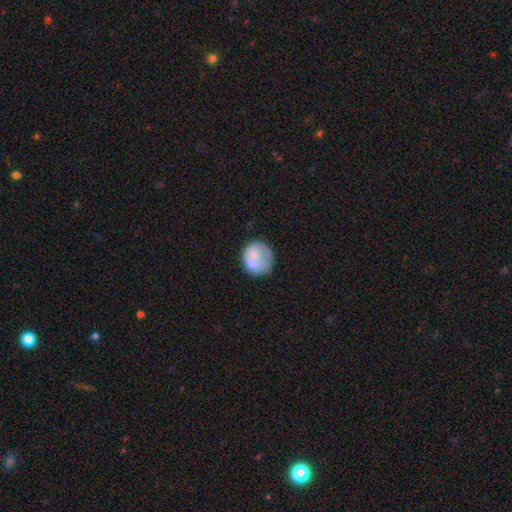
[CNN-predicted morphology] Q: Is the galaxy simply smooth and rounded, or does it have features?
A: smooth — 68%.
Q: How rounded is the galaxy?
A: round — 79%.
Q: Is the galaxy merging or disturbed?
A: none — 55%.